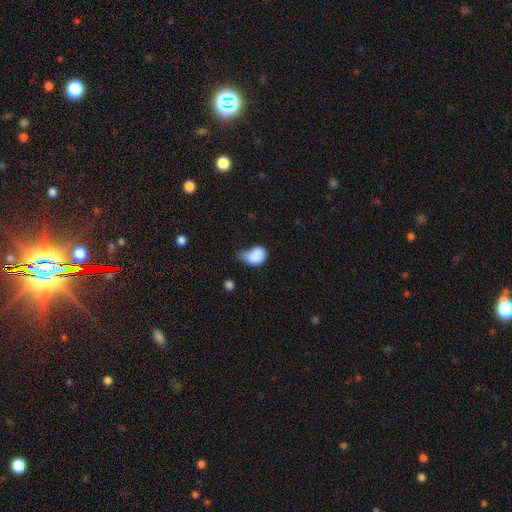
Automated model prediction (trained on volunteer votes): This appears to be a smooth galaxy with no disk features (83%) that is in between round and cigar-shaped (67%). Merging: minor disturbance (38%).